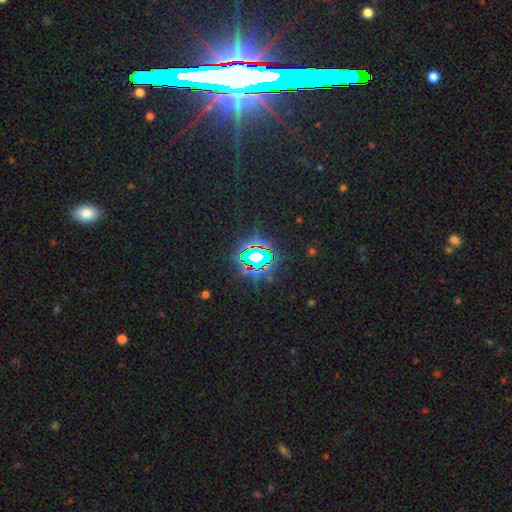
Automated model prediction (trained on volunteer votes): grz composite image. It shows a star or artifact, not a galaxy (75%).